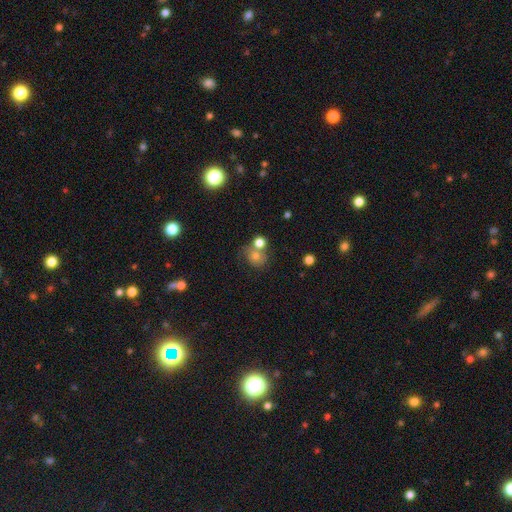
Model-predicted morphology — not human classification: A smooth galaxy with no disk features (70%) that is round (77%). Merging: none (44%).